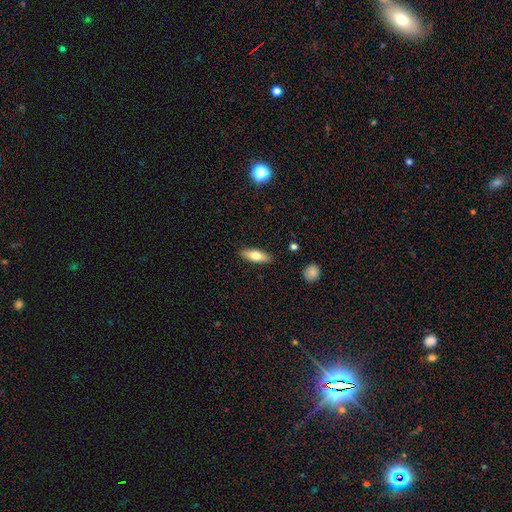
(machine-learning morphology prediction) This is likely a smooth galaxy (70%). How rounded: likely in between (62%). Merging: clearly none (88%).